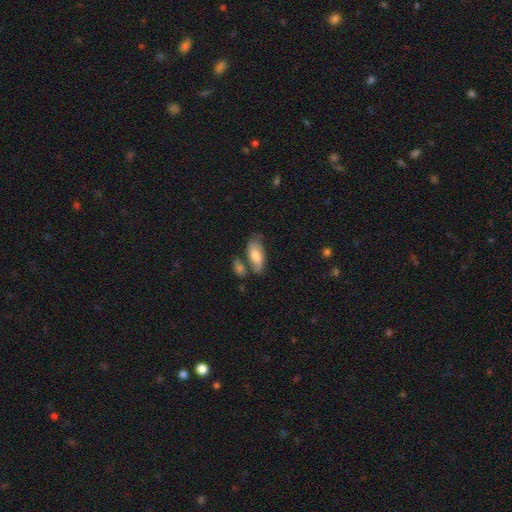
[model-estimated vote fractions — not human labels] Smooth or featured? smooth (64%)
How rounded? in between (86%)
Merging? none (51%)